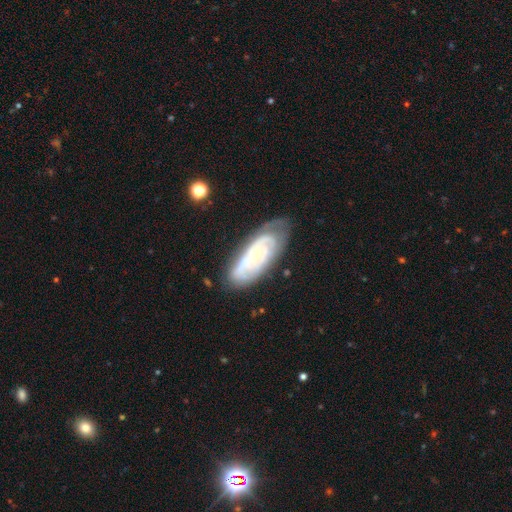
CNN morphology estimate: Smooth or featured: featured or disk — 75% (smooth — 19%)
Edge-on disk: no — 91% (yes — 9%)
Bar: no — 77% (weak — 18%)
Spiral arms: yes — 84% (no — 16%)
Spiral winding: tight — 69% (medium — 24%)
Spiral arm count: can't tell — 50% (2 — 27%)
Bulge size: small — 74% (moderate — 21%)
Merging: none — 64% (minor disturbance — 25%)